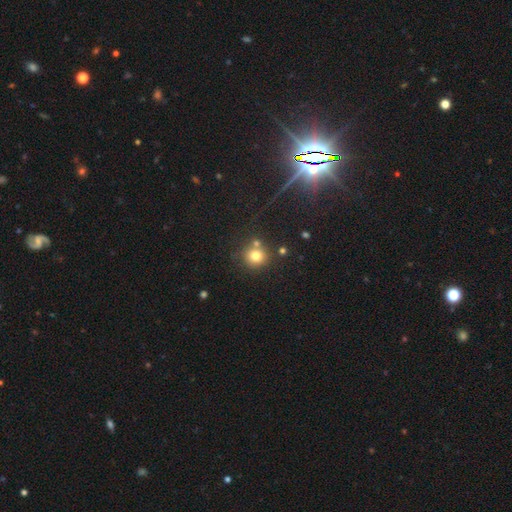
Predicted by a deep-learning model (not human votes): A smooth galaxy with no disk features (77%) that is round (91%).

Vote fractions:
- Smooth or featured? smooth: 77% / star or artifact: 14% / featured or disk: 9%
- How rounded? round: 91% / in between: 8% / cigar-shaped: 1%
- Merging? none: 68% / merger: 19% / minor disturbance: 10% / major disturbance: 4%